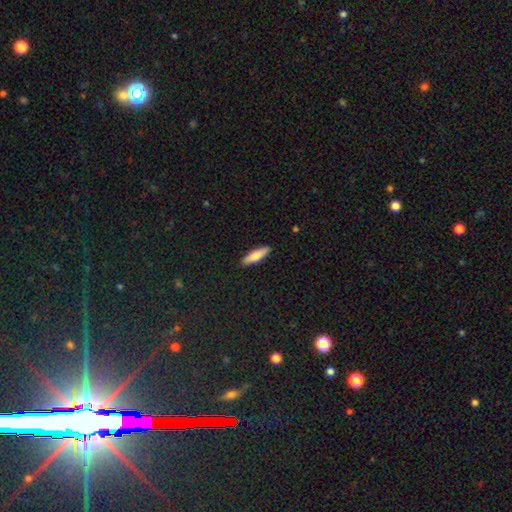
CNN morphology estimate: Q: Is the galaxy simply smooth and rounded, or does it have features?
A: smooth — 72%.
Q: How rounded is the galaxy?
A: cigar-shaped — 65%.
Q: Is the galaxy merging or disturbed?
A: none — 90%.